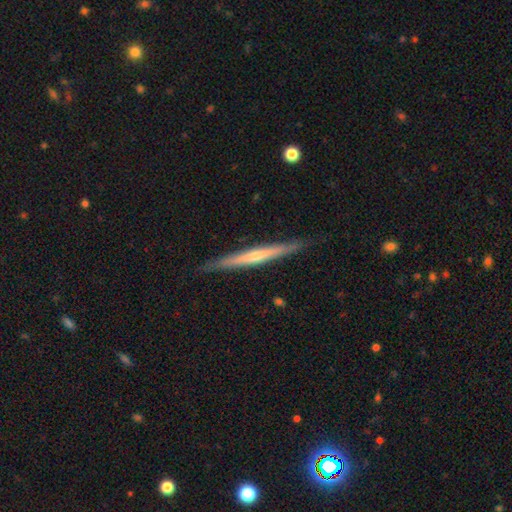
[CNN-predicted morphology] This is likely a featured or disk galaxy (62%). It is clearly viewed edge-on (97%). Edge-on bulge: possibly none (48%). Merging: clearly none (89%).